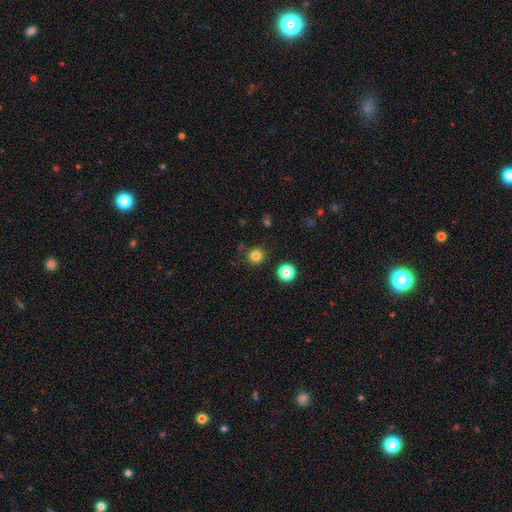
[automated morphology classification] This appears to be a smooth galaxy with no disk features (81%) that is round (92%). Merging: none (88%).